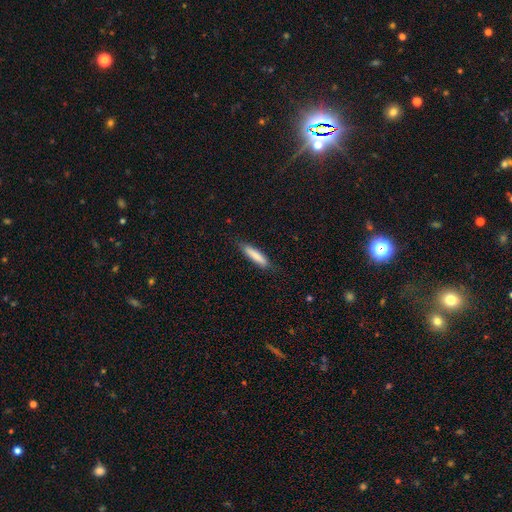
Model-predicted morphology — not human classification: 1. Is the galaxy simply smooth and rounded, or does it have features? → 82% smooth, 12% featured or disk, 6% star or artifact.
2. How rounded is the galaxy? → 84% cigar-shaped, 15% in between, 1% round.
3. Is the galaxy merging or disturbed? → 83% none, 13% minor disturbance, 2% major disturbance, 1% merger.